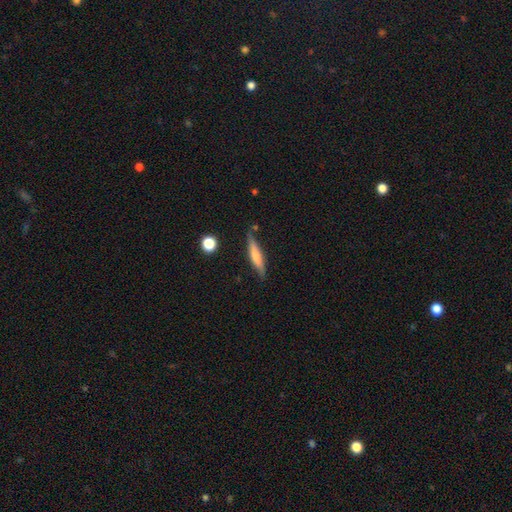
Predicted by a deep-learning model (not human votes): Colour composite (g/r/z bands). It shows a smooth galaxy with no disk features (61%) that is cigar-shaped (85%). Merging: none (76%).